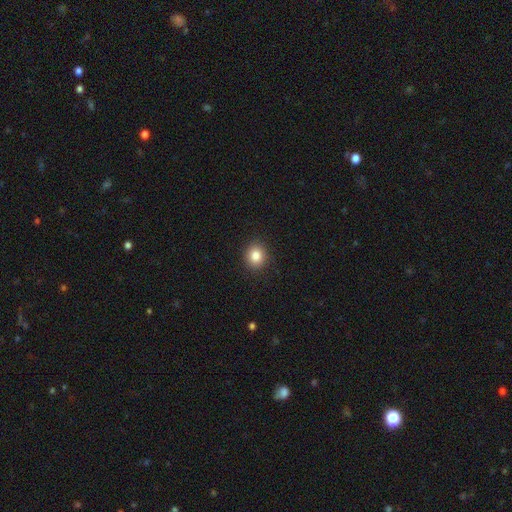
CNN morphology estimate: The model was most divided on "how rounded": round: 77%, in between: 22%, cigar-shaped: 1%. More confident: merging — none (91%); smooth or featured — smooth (84%).